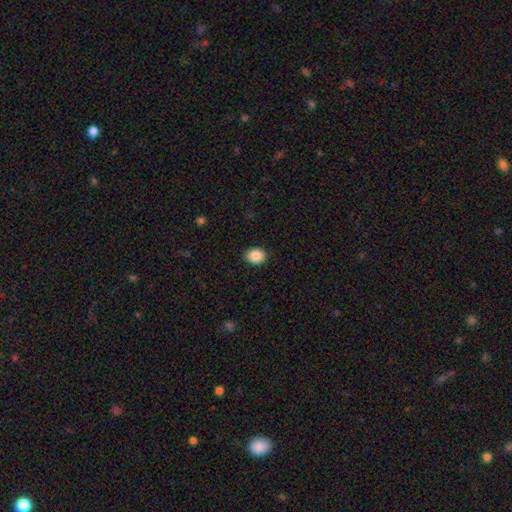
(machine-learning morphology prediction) The model was most divided on "how rounded": round: 55%, in between: 45%, cigar-shaped: 1%. More confident: merging — none (91%); smooth or featured — smooth (88%).